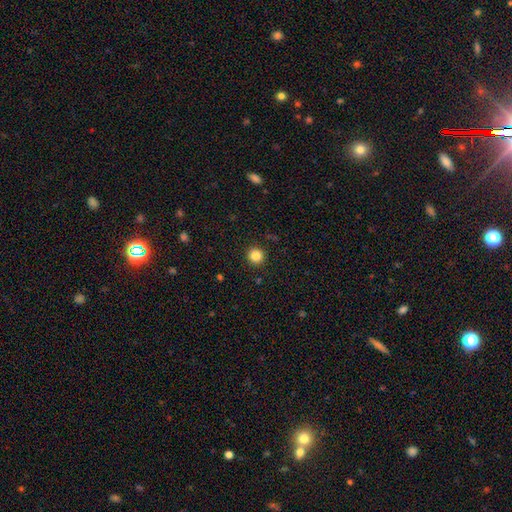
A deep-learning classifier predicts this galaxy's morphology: A smooth galaxy with no disk features (85%) that is round (94%). Merging: none (92%).